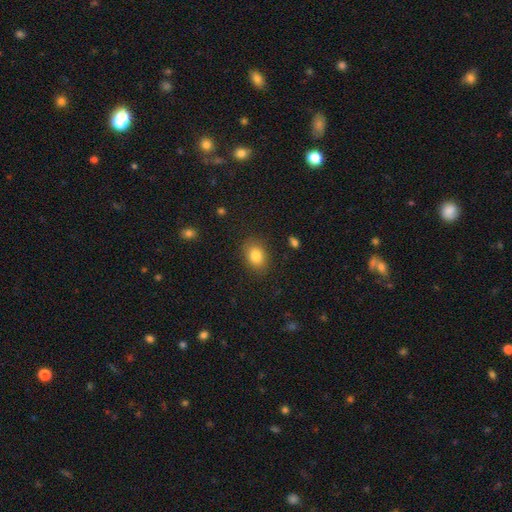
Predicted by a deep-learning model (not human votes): Q: Smooth or featured?
A: smooth (83%); runner-up: star or artifact (9%)
Q: How rounded?
A: in between (66%); runner-up: round (33%)
Q: Merging?
A: none (85%); runner-up: minor disturbance (11%)